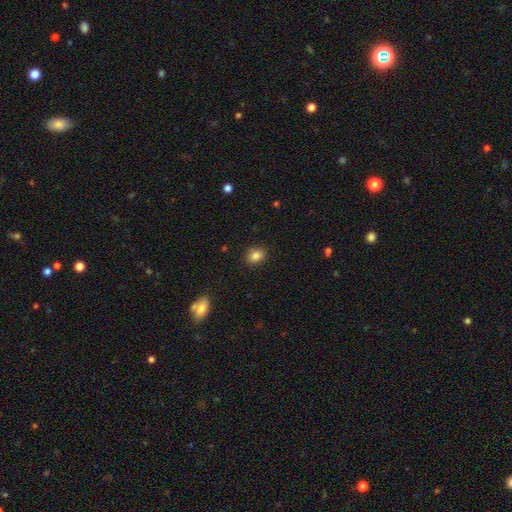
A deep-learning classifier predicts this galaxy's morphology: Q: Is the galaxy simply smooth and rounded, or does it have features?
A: smooth — 85%.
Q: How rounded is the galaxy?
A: in between — 53%.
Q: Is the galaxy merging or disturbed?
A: none — 88%.